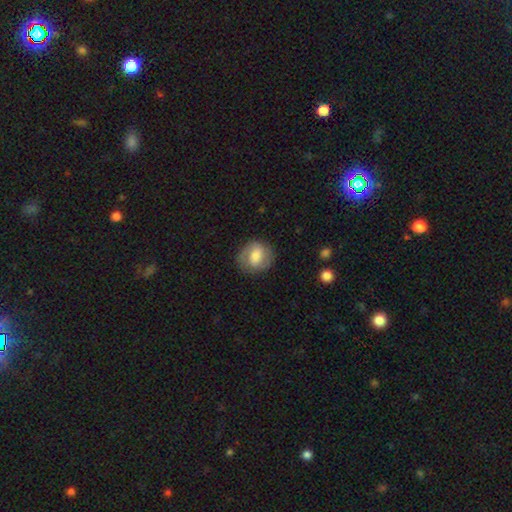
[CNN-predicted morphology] A smooth galaxy with no disk features (53%) that is round (65%). Merging: none (78%).